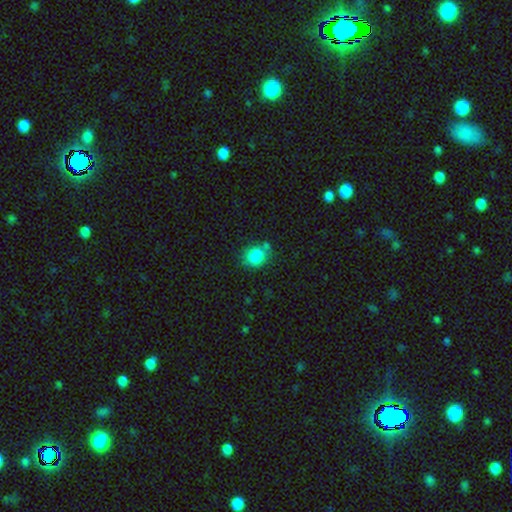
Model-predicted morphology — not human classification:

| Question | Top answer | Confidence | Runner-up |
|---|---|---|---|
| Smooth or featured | smooth | 85% | star or artifact (10%) |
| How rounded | round | 84% | in between (15%) |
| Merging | none | 68% | minor disturbance (16%) |